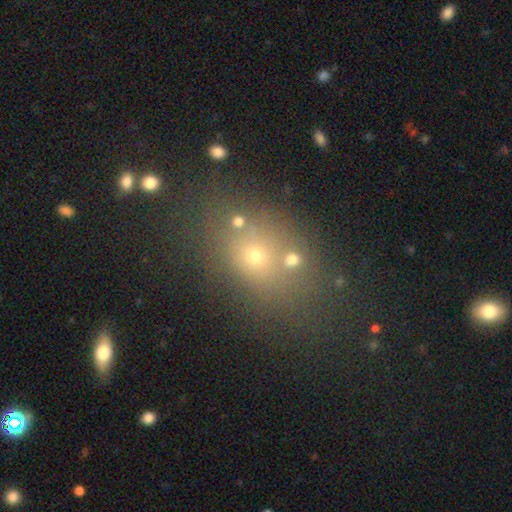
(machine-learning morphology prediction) Smooth or featured: smooth — 51% (star or artifact — 34%)
How rounded: in between — 53% (round — 44%)
Merging: none — 67% (merger — 16%)